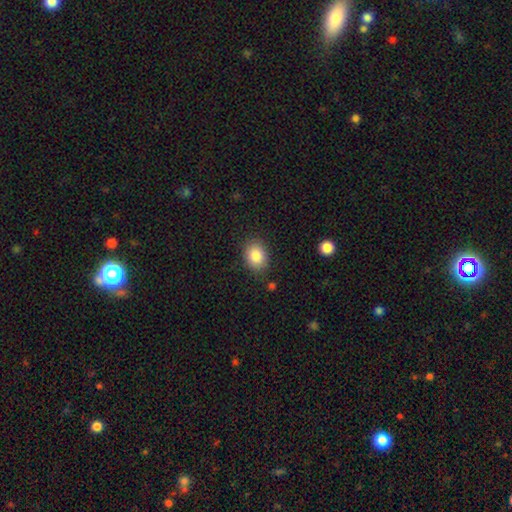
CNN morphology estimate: Q: Smooth or featured?
A: smooth (85%); runner-up: star or artifact (8%)
Q: How rounded?
A: in between (58%); runner-up: round (41%)
Q: Merging?
A: none (84%); runner-up: minor disturbance (11%)